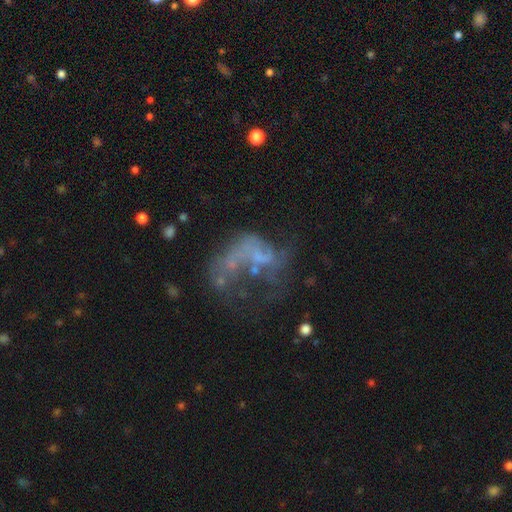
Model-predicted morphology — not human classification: This appears to be a featured or disk galaxy (62%) with no bar (84%), no spiral arms (76%) and no central bulge (73%). Merging: major disturbance (43%).